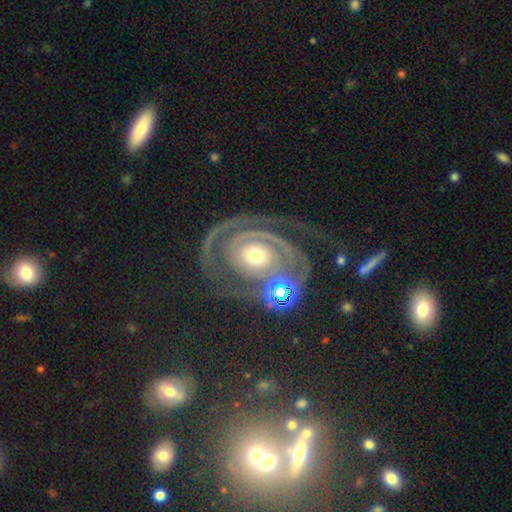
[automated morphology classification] Smooth or featured?
  - featured or disk: 86% *
  - smooth: 8%
  - star or artifact: 6%
Edge-on disk?
  - no: 97% *
  - yes: 3%
Bar?
  - no: 83% *
  - weak: 12%
  - strong: 5%
Spiral arms?
  - yes: 91% *
  - no: 9%
Spiral winding?
  - tight: 68% *
  - medium: 23%
  - loose: 9%
Spiral arm count?
  - 2: 59% *
  - can't tell: 14%
  - 1: 13%
  - 3: 7%
  - 4: 4%
  - more than 4: 3%
Bulge size?
  - moderate: 46% *
  - small: 44%
  - large: 7%
  - dominant: 2%
  - none: 2%
Merging?
  - none: 55% *
  - major disturbance: 20%
  - minor disturbance: 17%
  - merger: 8%